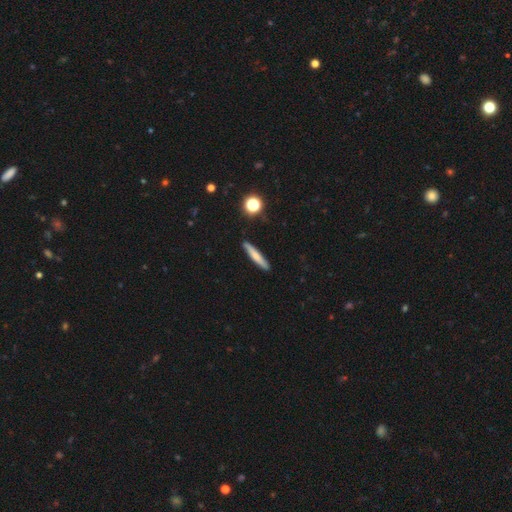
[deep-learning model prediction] Morphology: type=smooth (65%); roundness=cigar-shaped (92%); merging=none (89%).